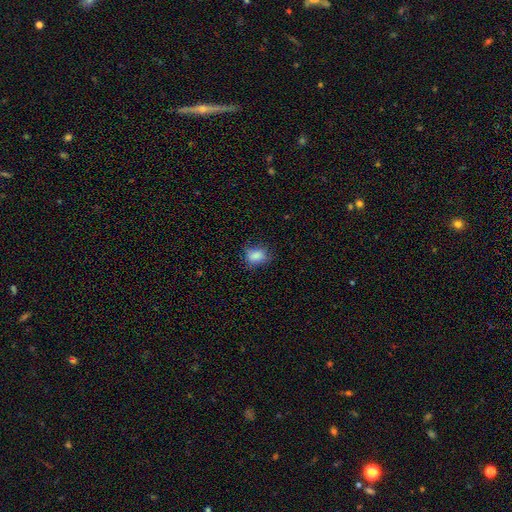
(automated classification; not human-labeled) Morphology: type=smooth (85%); roundness=in between (68%); merging=none (70%).